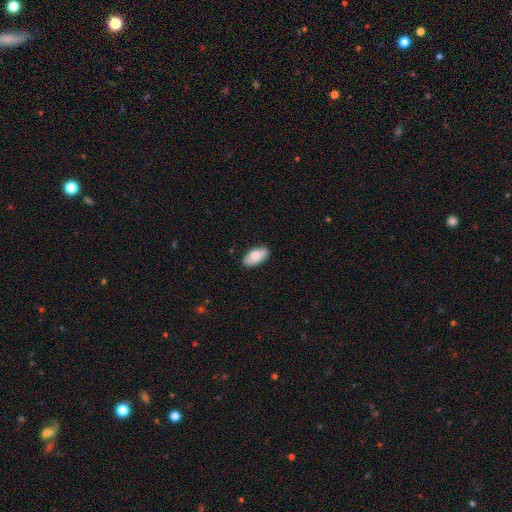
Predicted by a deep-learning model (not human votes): Smooth or featured? smooth (78%)
How rounded? in between (93%)
Merging? none (84%)